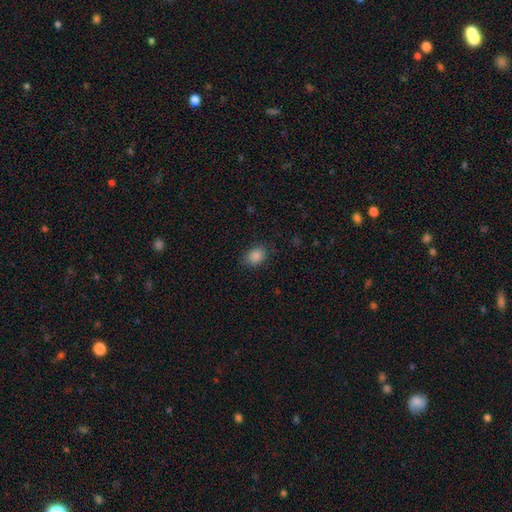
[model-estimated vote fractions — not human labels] Overall: smooth (86%). How rounded: in between (66%; round 33%). Merging: none (83%).